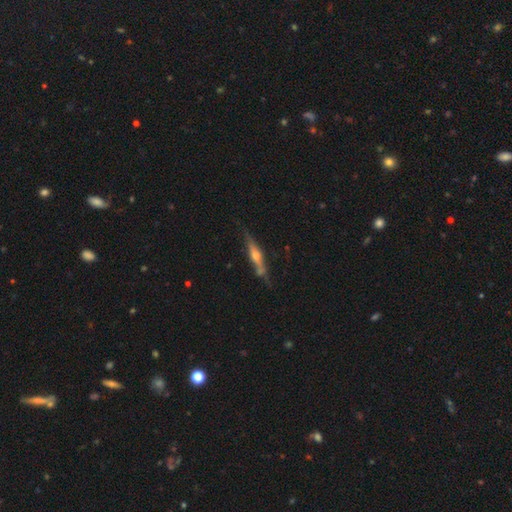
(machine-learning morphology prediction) Smooth or featured? featured or disk (68%)
Edge-on disk? yes (93%)
Edge-on bulge? rounded (81%)
Merging? none (70%)